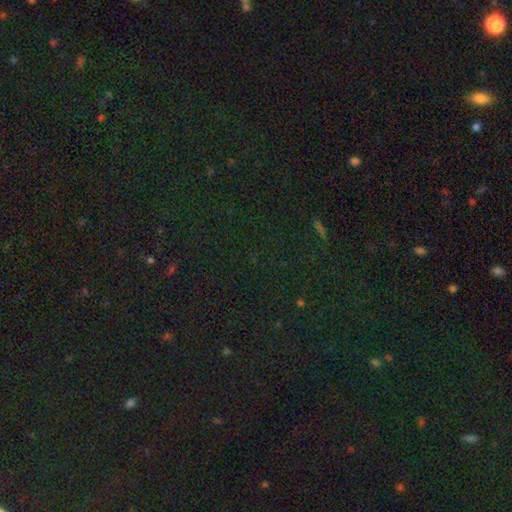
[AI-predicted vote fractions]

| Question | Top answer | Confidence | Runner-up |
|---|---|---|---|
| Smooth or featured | star or artifact | 77% | smooth (15%) |